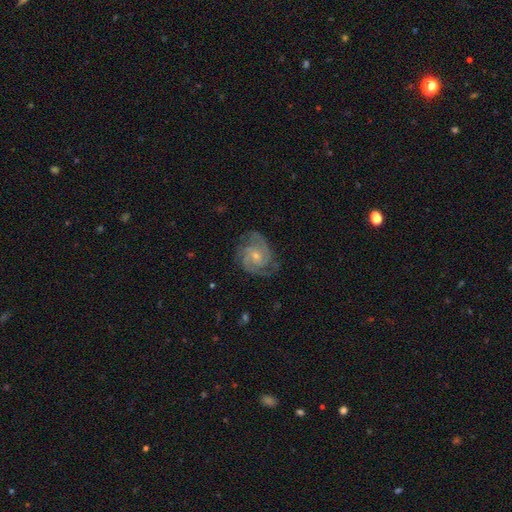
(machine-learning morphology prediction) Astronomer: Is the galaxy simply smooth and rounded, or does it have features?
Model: featured or disk — 87%.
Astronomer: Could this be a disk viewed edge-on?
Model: no — 98%.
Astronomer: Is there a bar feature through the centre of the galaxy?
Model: no — 59% (runner-up: weak, 35%).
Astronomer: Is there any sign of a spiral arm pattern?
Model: yes — 97%.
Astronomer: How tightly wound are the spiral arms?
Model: tight — 51% (runner-up: medium, 41%).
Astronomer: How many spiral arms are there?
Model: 2 — 41% (runner-up: 3, 30%).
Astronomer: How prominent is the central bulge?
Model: small — 62%.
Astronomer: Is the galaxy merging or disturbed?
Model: none — 72%.